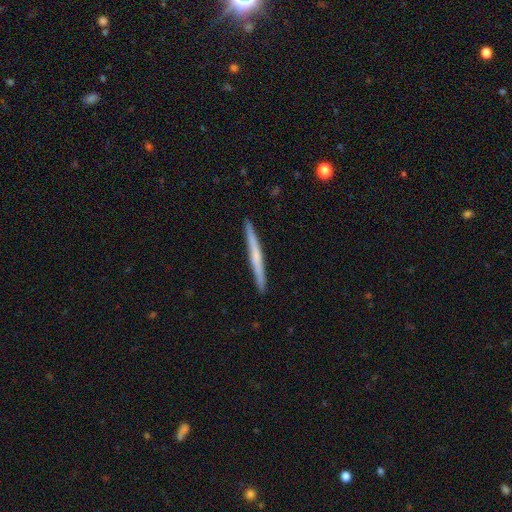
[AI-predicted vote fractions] Overall: featured or disk (50%; smooth 45%). Merging: none (92%).